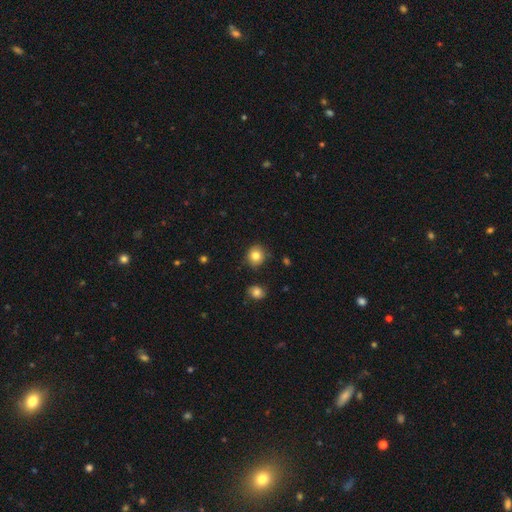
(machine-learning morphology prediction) type=smooth (82%); roundness=round (86%); merging=none (85%).